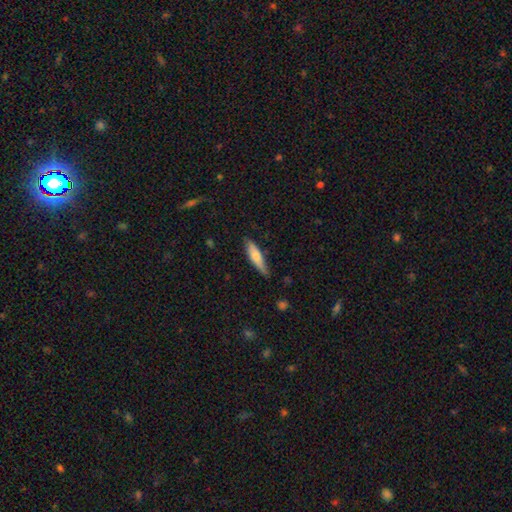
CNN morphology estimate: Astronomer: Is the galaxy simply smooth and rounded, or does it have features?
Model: smooth — 68%.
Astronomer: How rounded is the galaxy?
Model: cigar-shaped — 71%.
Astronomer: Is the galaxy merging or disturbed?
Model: none — 75%.